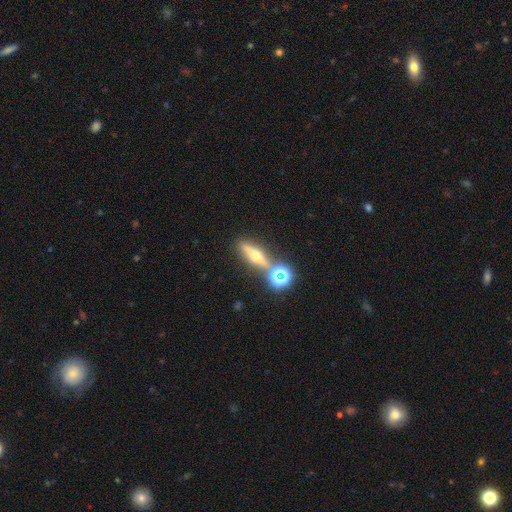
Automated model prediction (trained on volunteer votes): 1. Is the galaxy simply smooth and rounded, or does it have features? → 56% featured or disk, 29% smooth, 15% star or artifact.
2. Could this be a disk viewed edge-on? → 88% yes, 12% no.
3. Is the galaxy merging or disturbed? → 78% none, 10% merger, 8% minor disturbance, 3% major disturbance.